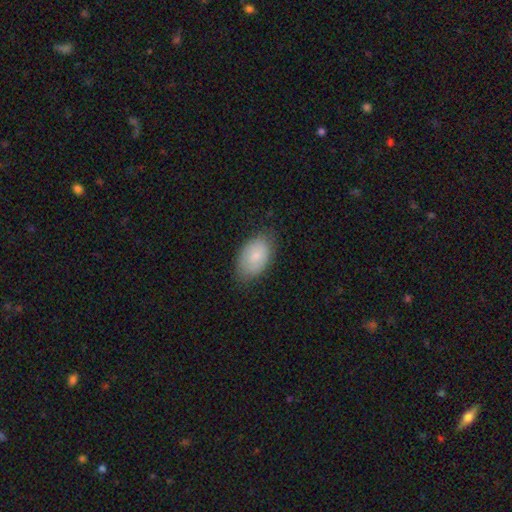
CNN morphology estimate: This is clearly a smooth galaxy (81%). How rounded: clearly in between (92%). Merging: likely none (75%).